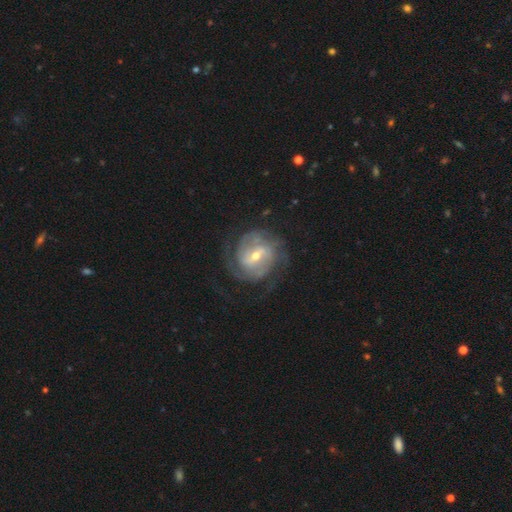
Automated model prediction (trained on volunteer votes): The model was most divided on "bulge size" (2-way tie): small: 48%, moderate: 48%, large: 2%, none: 1%, dominant: 1%. Remaining: edge-on disk — no (97%); spiral arms — yes (96%); smooth or featured — featured or disk (88%); merging — none (72%); spiral winding — tight (57%); bar — weak (50%); spiral arm count — 2 (42%).